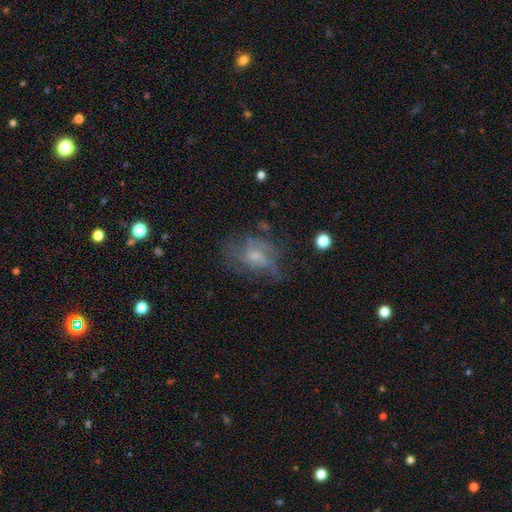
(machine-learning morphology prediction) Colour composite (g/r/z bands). It shows a featured or disk galaxy (57%) with no bar (66%), spiral arms (61%) and a small central bulge (55%). Merging: none (44%).